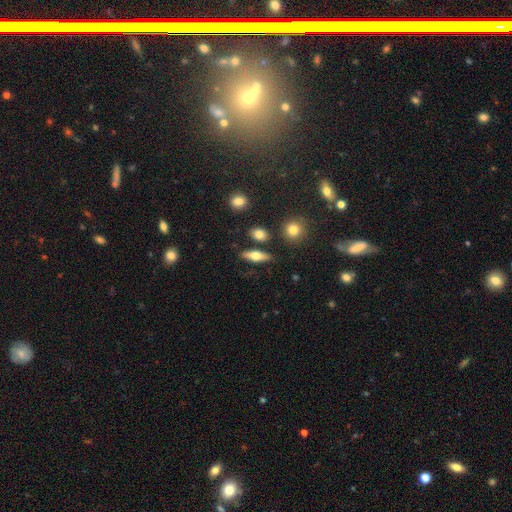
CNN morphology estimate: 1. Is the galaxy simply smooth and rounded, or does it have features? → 51% smooth, 41% featured or disk, 8% star or artifact.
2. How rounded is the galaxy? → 54% in between, 40% cigar-shaped, 7% round.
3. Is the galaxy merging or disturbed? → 81% none, 10% minor disturbance, 6% merger, 3% major disturbance.